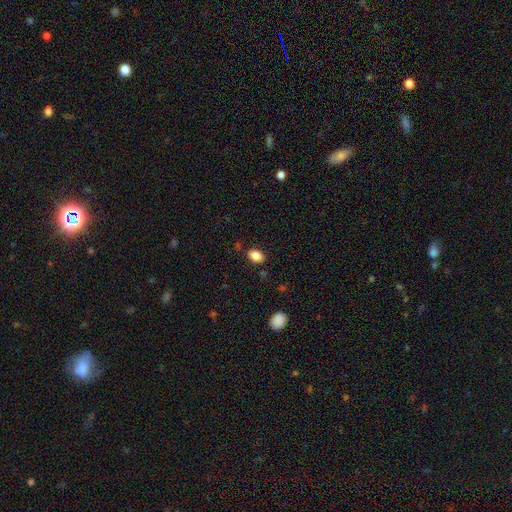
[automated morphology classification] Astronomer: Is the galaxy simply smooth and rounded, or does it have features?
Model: smooth — 85%.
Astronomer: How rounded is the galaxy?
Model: in between — 78%.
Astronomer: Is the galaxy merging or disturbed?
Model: none — 84%.